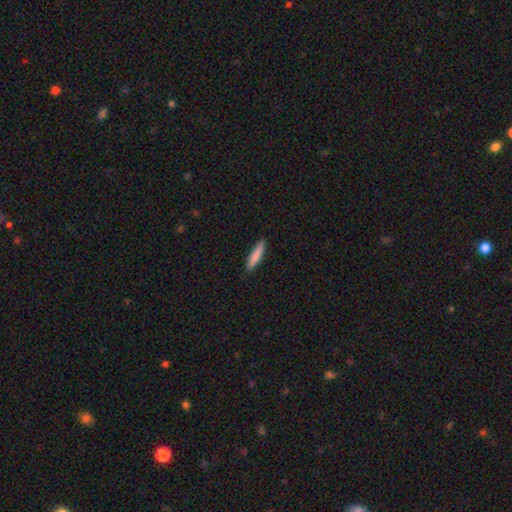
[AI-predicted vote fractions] smooth-or-featured: smooth: 85% | featured or disk: 9% | star or artifact: 6%
  how-rounded: cigar-shaped: 84% | in between: 14% | round: 1%
  merging: none: 90% | minor disturbance: 7% | major disturbance: 1% | merger: 1%